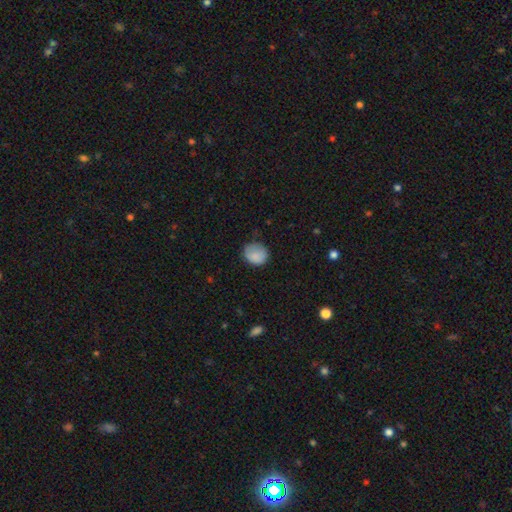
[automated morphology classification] smooth-or-featured: smooth: 84% | star or artifact: 8% | featured or disk: 8%
  how-rounded: round: 72% | in between: 27% | cigar-shaped: 1%
  merging: none: 65% | minor disturbance: 26% | major disturbance: 7% | merger: 1%